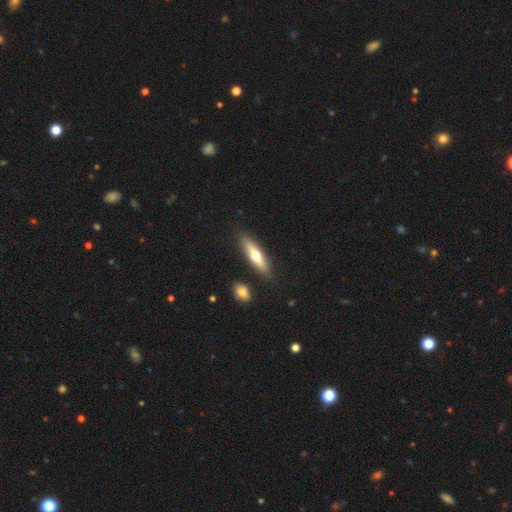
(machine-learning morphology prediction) Smooth or featured: smooth — 59% (featured or disk — 36%)
How rounded: cigar-shaped — 69% (in between — 29%)
Merging: none — 85% (minor disturbance — 9%)